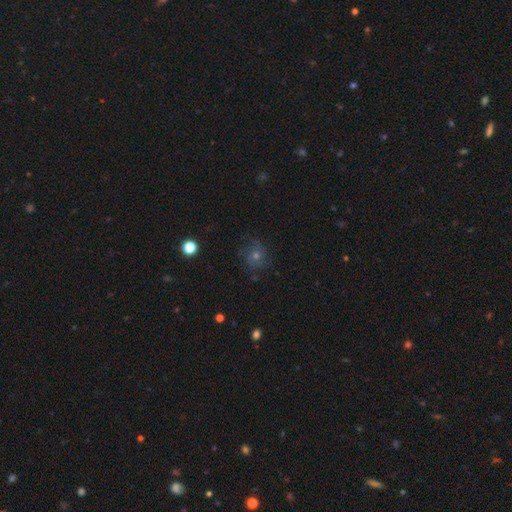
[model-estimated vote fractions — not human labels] Q: Smooth or featured?
A: featured or disk (40%); runner-up: smooth (33%)
Q: Merging?
A: none (76%); runner-up: minor disturbance (15%)